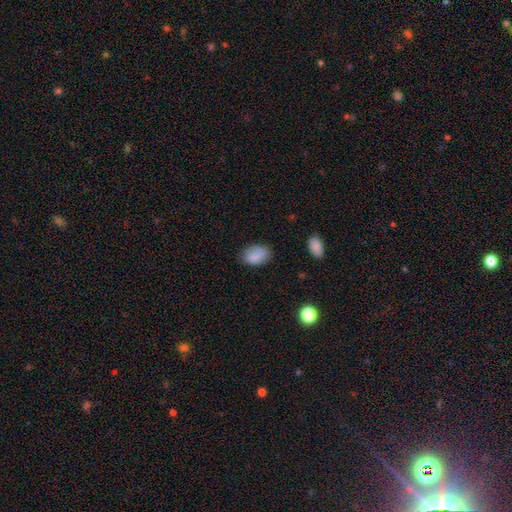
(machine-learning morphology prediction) type=smooth (82%); roundness=in between (86%); merging=none (73%).